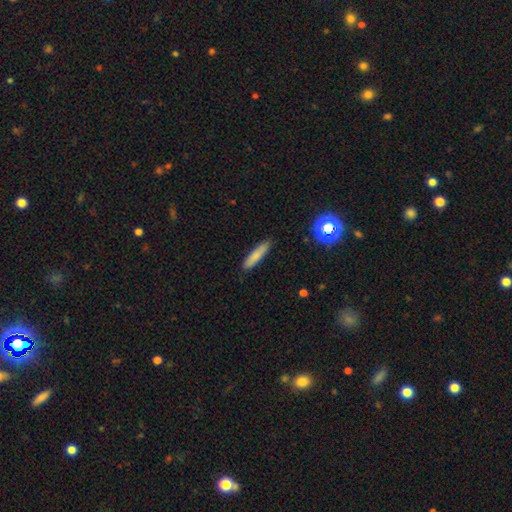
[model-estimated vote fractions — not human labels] The model was most divided on "smooth or featured": smooth: 80%, featured or disk: 12%, star or artifact: 8%. More confident: merging — none (86%); how rounded — cigar-shaped (84%).